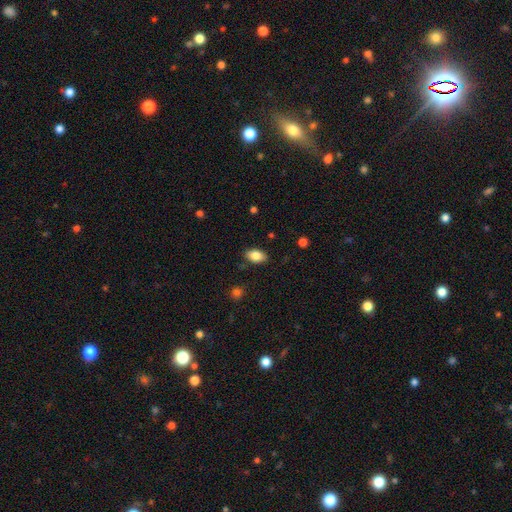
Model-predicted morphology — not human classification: The model was most divided on "merging": none: 85%, minor disturbance: 11%, major disturbance: 2%, merger: 1%. More confident: how rounded — in between (91%); smooth or featured — smooth (84%).